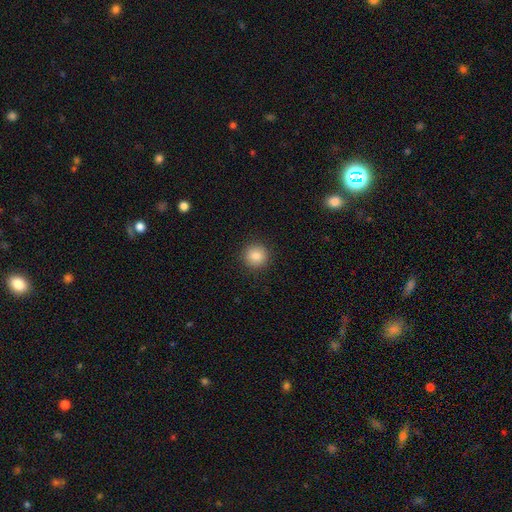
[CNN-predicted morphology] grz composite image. It shows a smooth galaxy with no disk features (86%) that is round (93%). Merging: none (91%).